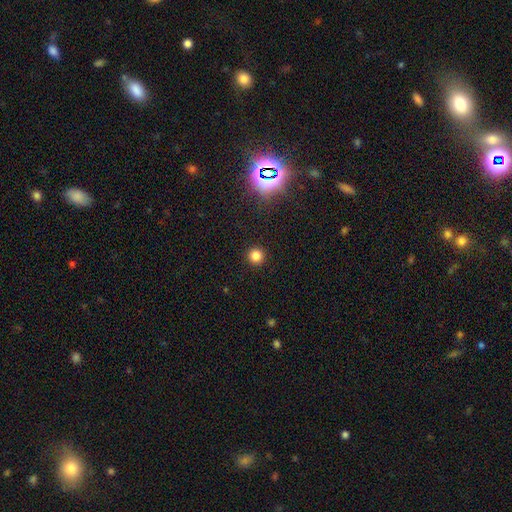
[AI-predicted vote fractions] Q: Smooth or featured?
A: smooth (81%); runner-up: star or artifact (15%)
Q: How rounded?
A: round (95%); runner-up: in between (4%)
Q: Merging?
A: none (93%); runner-up: minor disturbance (4%)